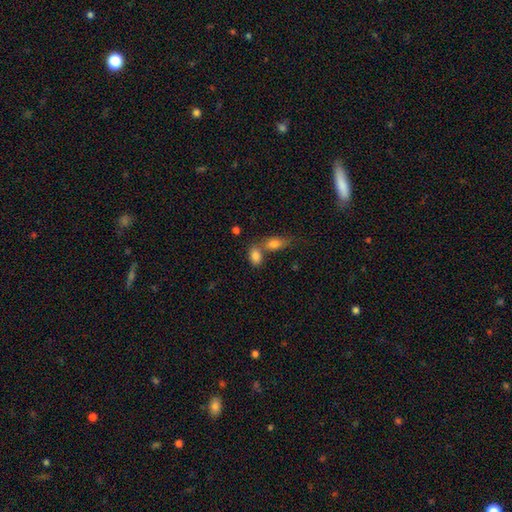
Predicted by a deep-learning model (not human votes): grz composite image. It shows a smooth galaxy with no disk features (84%) that is in between round and cigar-shaped (86%). Merging: merger (46%).